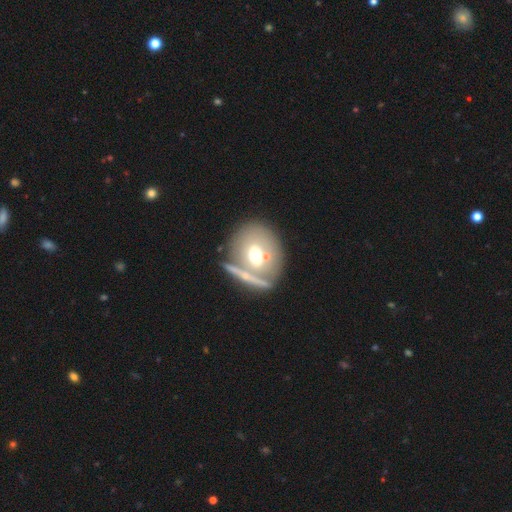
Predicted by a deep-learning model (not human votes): This is possibly a smooth galaxy (48%). Merging: possibly none (57%).